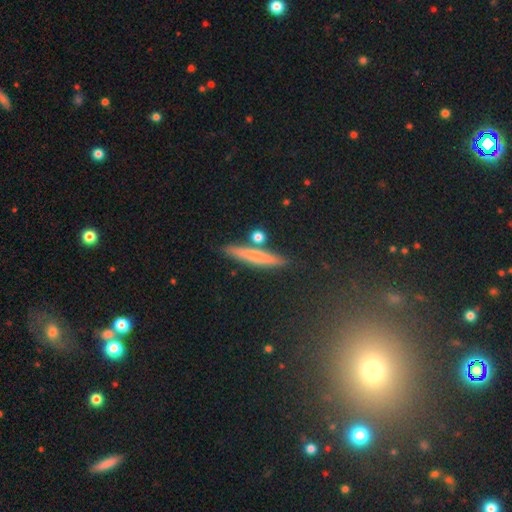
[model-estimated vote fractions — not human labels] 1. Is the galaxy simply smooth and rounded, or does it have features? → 65% smooth, 26% featured or disk, 9% star or artifact.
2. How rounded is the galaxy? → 89% cigar-shaped, 8% in between, 4% round.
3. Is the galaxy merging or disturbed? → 81% none, 9% minor disturbance, 7% merger, 2% major disturbance.